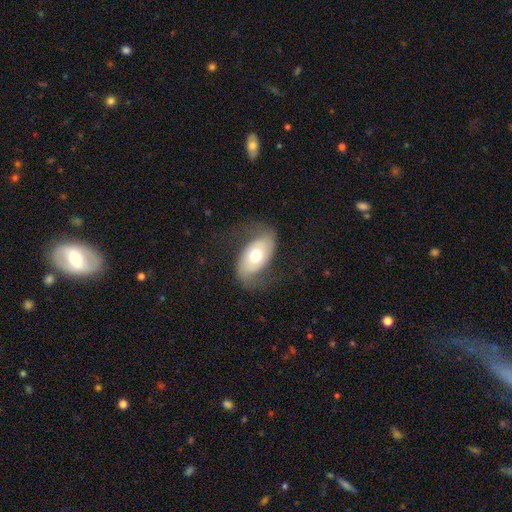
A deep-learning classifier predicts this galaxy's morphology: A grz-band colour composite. It shows a featured or disk galaxy (57%) with no bar (75%), spiral arms (72%) and a moderate central bulge (72%). Merging: none (64%).